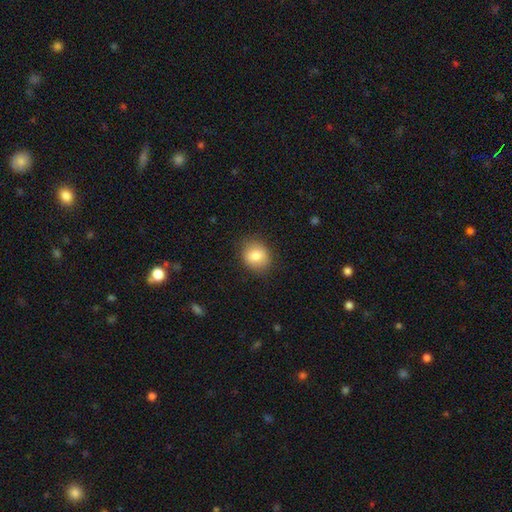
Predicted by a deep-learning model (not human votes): A smooth galaxy with no disk features (81%) that is round (67%).

Vote fractions:
- Smooth or featured? smooth: 81% / featured or disk: 10% / star or artifact: 9%
- How rounded? round: 67% / in between: 32% / cigar-shaped: 1%
- Merging? none: 85% / minor disturbance: 11% / major disturbance: 3% / merger: 1%